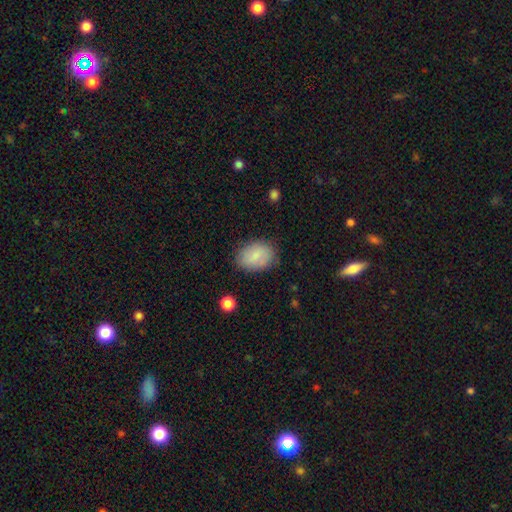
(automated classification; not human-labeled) Overall: smooth (81%). How rounded: in between (80%). Merging: none (79%).